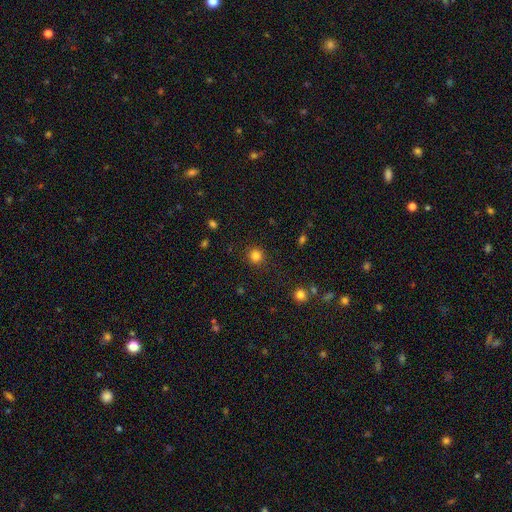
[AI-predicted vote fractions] This appears to be a smooth galaxy with no disk features (83%) that is round (94%). Merging: none (90%).